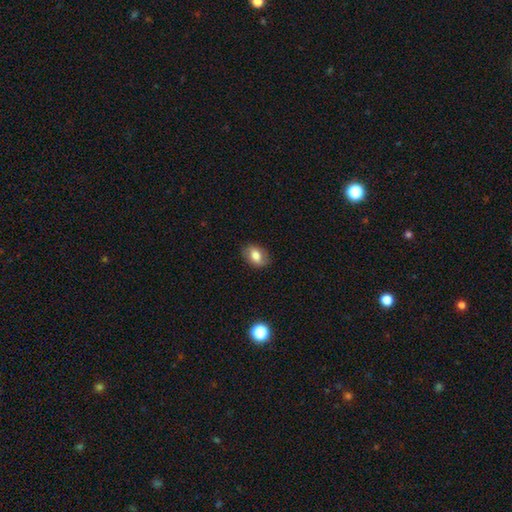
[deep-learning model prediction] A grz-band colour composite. It shows a smooth galaxy with no disk features (75%) that is in between round and cigar-shaped (76%). Merging: none (84%).